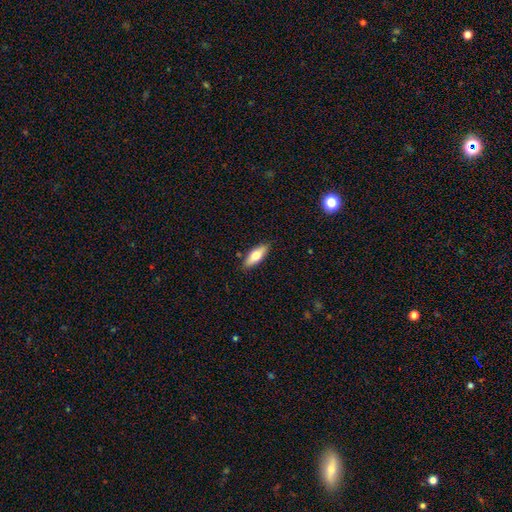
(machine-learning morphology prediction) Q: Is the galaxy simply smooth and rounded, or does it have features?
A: smooth — 69%.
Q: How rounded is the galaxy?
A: in between — 67%.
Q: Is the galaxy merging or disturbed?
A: none — 87%.